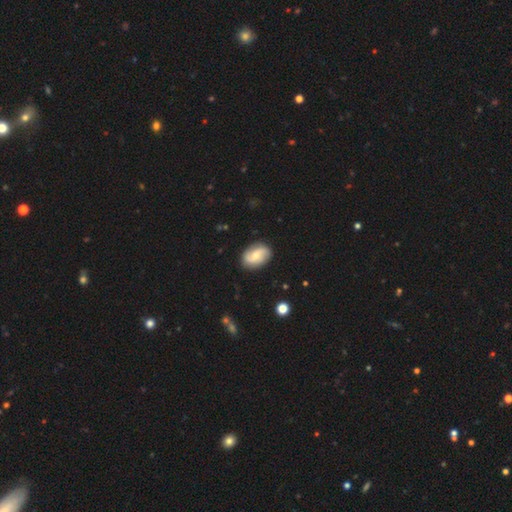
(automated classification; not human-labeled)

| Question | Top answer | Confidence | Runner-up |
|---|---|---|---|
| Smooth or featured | featured or disk | 61% | smooth (32%) |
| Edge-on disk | no | 97% | yes (3%) |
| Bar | no | 51% | weak (38%) |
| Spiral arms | yes | 89% | no (11%) |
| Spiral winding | loose | 46% | medium (35%) |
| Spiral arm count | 2 | 85% | can't tell (7%) |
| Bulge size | moderate | 51% | small (42%) |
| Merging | none | 85% | minor disturbance (11%) |